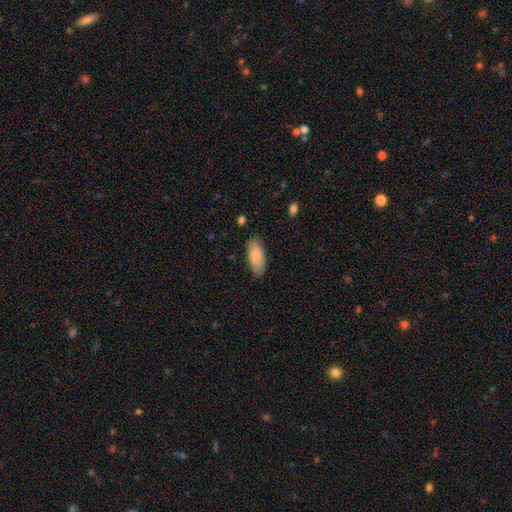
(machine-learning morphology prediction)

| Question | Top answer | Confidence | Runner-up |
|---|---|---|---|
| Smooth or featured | smooth | 84% | featured or disk (10%) |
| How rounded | in between | 87% | cigar-shaped (12%) |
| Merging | none | 83% | minor disturbance (13%) |